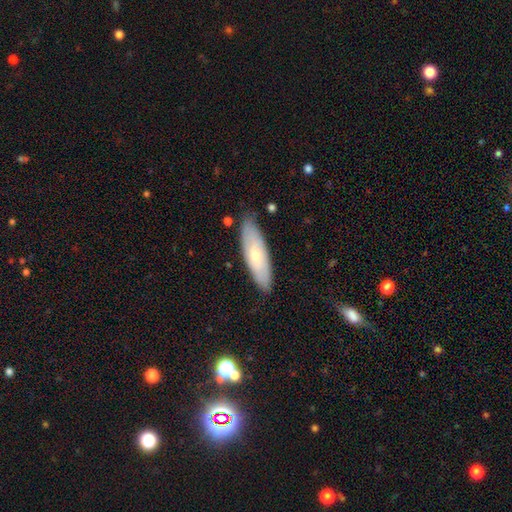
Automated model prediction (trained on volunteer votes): smooth 57%, featured or disk 37%, star or artifact 6%. Down the decision tree: how rounded — in between (49%, tied with cigar-shaped); merging — none (83%).